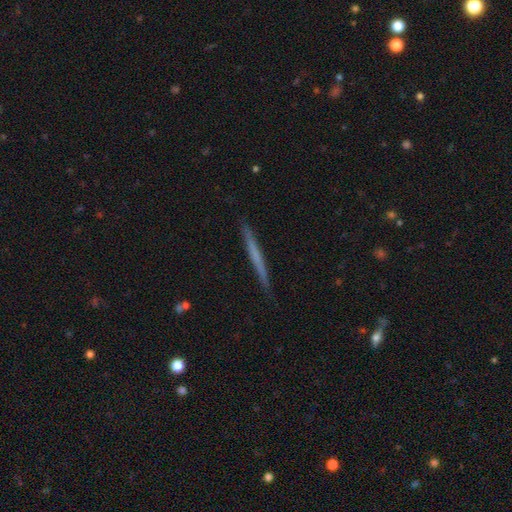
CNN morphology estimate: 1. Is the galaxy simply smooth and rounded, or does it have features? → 49% featured or disk, 45% smooth, 6% star or artifact.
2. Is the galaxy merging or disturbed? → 91% none, 7% minor disturbance, 1% major disturbance, 1% merger.